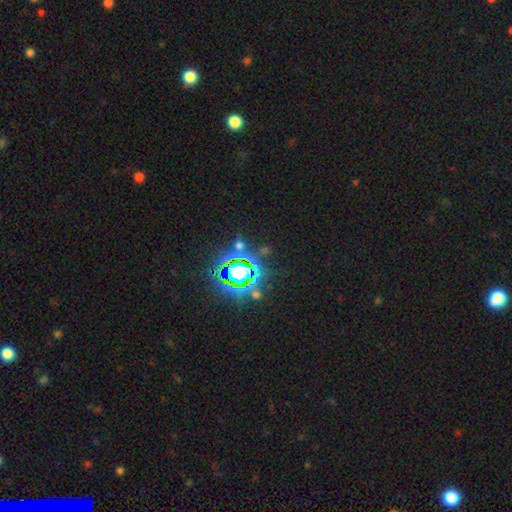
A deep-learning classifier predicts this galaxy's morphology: type=star or artifact (77%).